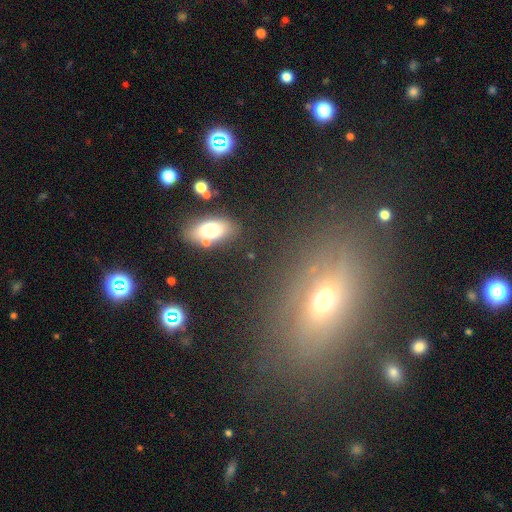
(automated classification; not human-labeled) A smooth galaxy with no disk features (49%). Merging: none (83%).